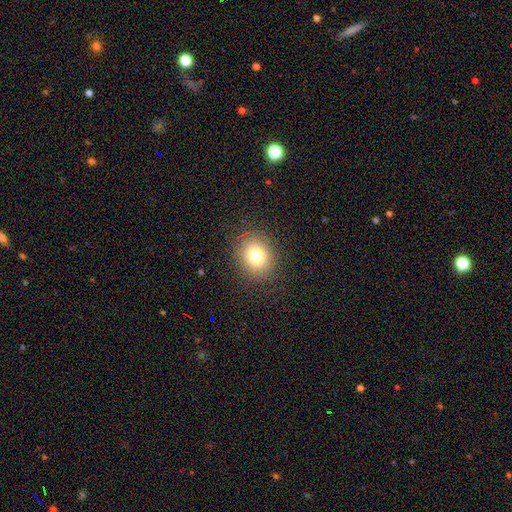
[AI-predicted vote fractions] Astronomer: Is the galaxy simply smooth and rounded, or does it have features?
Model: smooth — 76%.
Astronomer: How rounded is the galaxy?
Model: round — 67%.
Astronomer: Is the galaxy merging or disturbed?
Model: none — 86%.